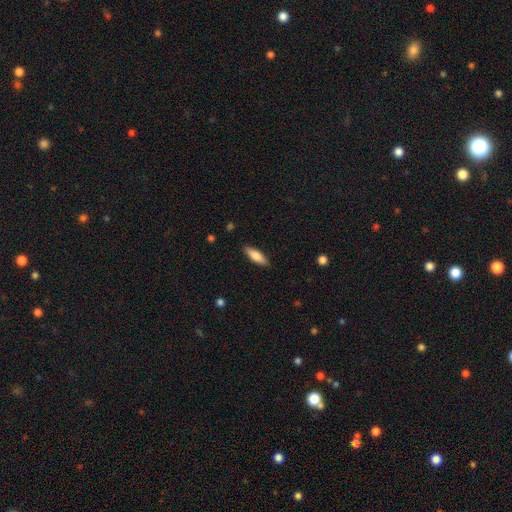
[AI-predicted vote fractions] Smooth or featured?
  - smooth: 78% *
  - featured or disk: 16%
  - star or artifact: 6%
How rounded?
  - in between: 55% *
  - cigar-shaped: 43%
  - round: 2%
Merging?
  - none: 88% *
  - minor disturbance: 9%
  - major disturbance: 2%
  - merger: 1%